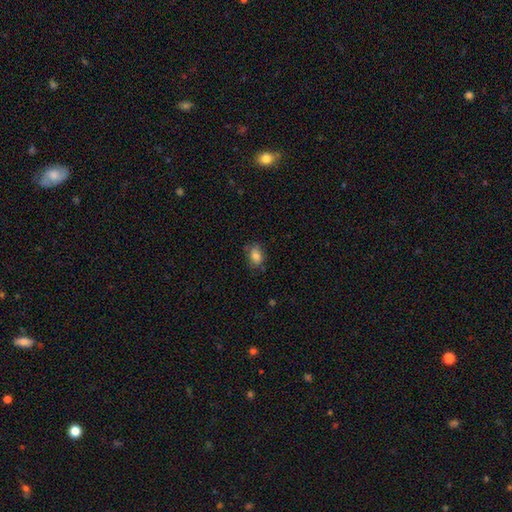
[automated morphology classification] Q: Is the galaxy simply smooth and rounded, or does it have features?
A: smooth — 83%.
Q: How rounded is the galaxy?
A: in between — 76%.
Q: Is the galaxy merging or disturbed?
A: none — 72%.